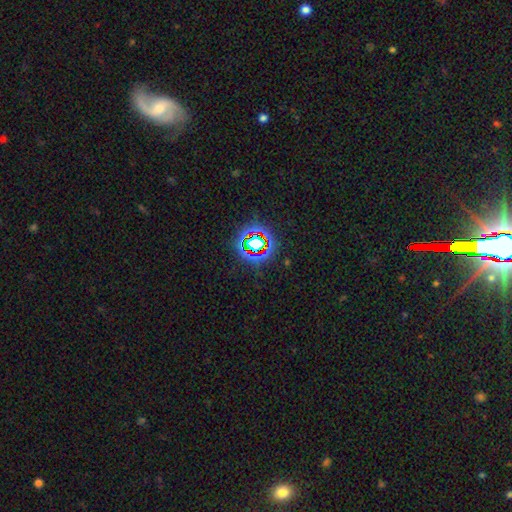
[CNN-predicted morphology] Smooth or featured? star or artifact (71%)